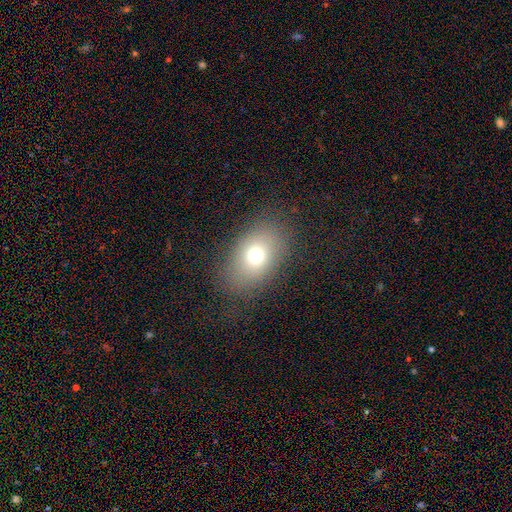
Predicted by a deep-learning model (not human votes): A smooth galaxy with no disk features (69%) that is in between round and cigar-shaped (74%). Merging: none (81%).